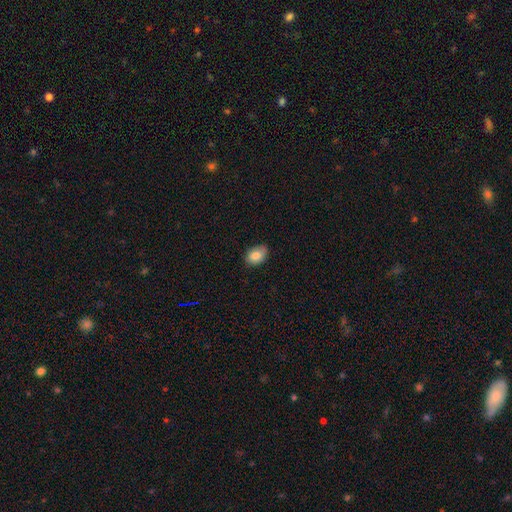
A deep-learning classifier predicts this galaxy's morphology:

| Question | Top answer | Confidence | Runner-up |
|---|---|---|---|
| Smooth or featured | smooth | 84% | featured or disk (8%) |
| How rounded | in between | 80% | round (19%) |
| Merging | none | 80% | minor disturbance (16%) |